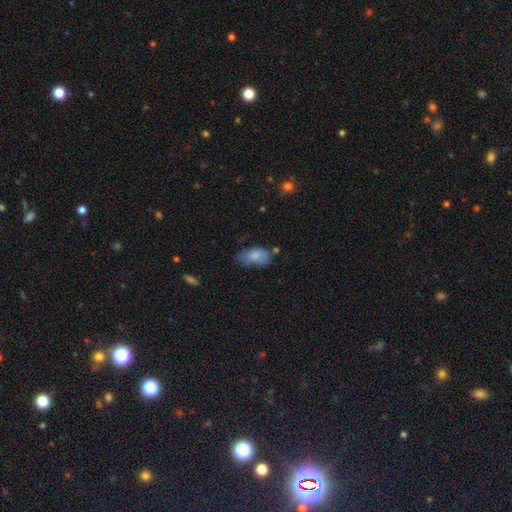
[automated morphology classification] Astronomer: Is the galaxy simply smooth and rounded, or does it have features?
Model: smooth — 79%.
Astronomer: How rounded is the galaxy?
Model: in between — 92%.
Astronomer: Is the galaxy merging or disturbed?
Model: none — 43% (runner-up: minor disturbance, 37%).